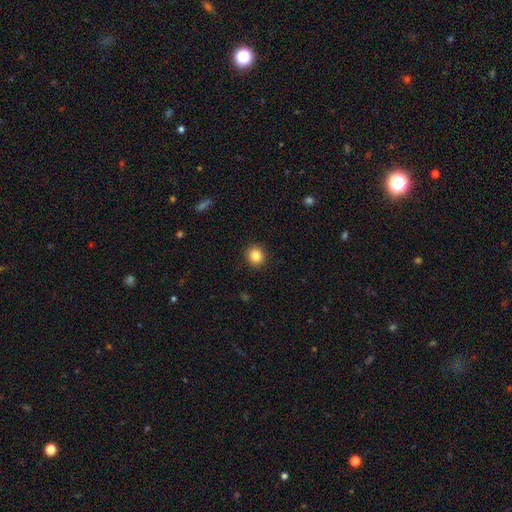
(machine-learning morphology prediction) smooth 85%, star or artifact 10%, featured or disk 5%. Down the decision tree: how rounded — round (84%); merging — none (91%).